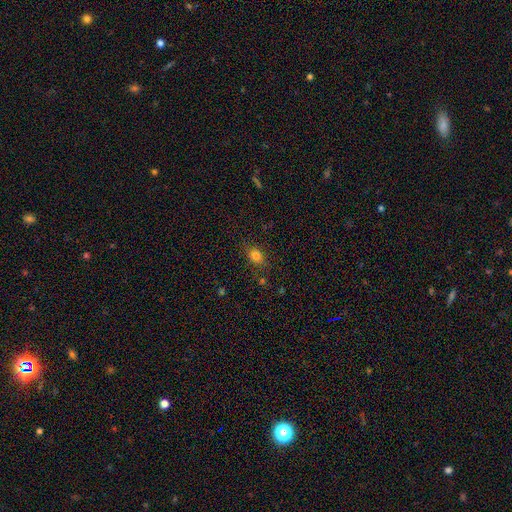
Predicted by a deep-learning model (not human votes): A smooth galaxy with no disk features (79%) that is in between round and cigar-shaped (62%). Merging: none (81%).